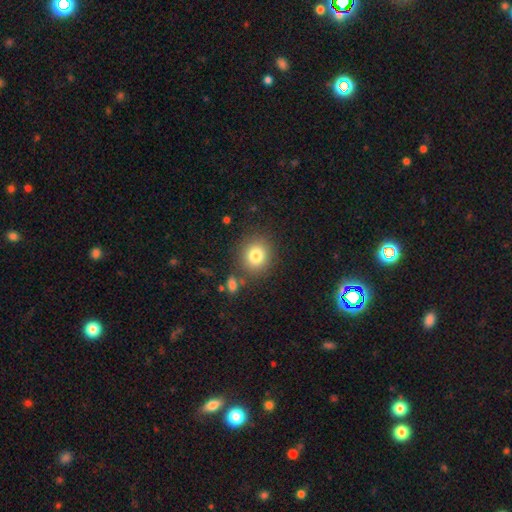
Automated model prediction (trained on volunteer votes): smooth_or_featured: smooth (p=0.81) [alt: star or artifact p=0.11]
how_rounded: round (p=0.81) [alt: in between p=0.18]
merging: none (p=0.81) [alt: minor disturbance p=0.09]